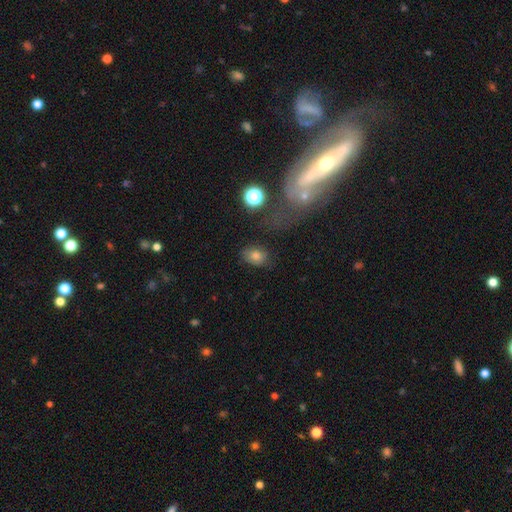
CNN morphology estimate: smooth 73%, star or artifact 15%, featured or disk 12%. Down the decision tree: how rounded — in between (63%); merging — none (74%).